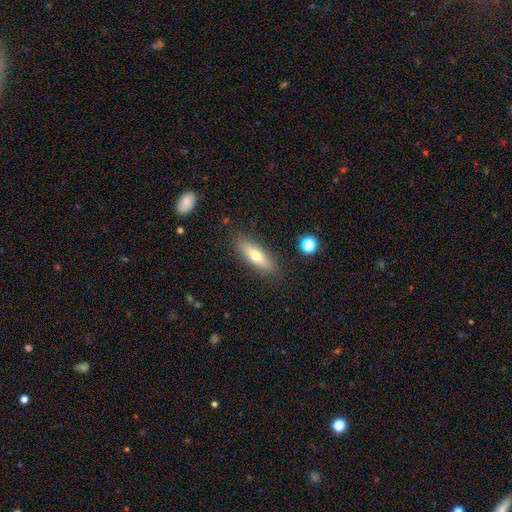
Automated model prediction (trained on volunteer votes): A smooth galaxy with no disk features (64%) that is cigar-shaped (54%). Merging: none (86%).